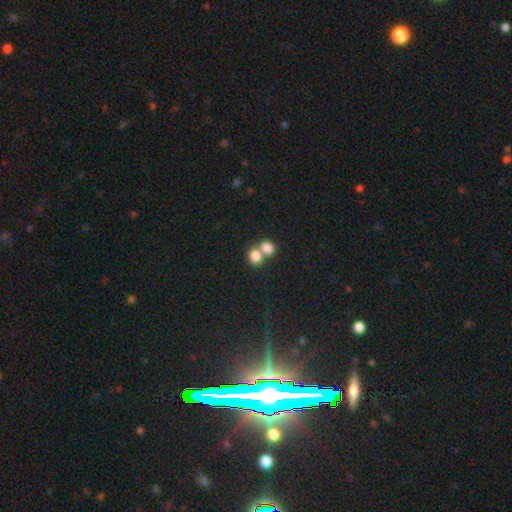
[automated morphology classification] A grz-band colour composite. It shows a smooth galaxy with no disk features (81%) that is round (56%). Merging: merger (62%).